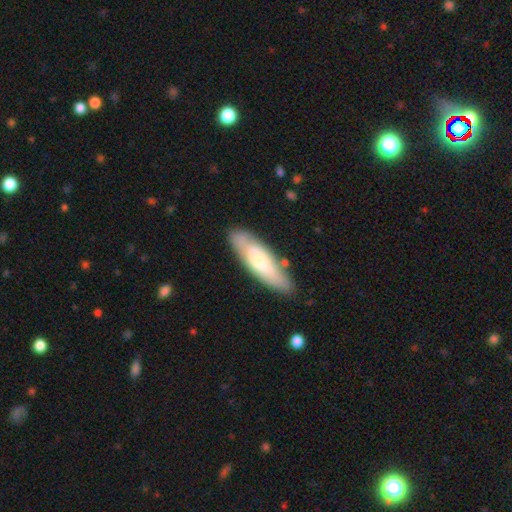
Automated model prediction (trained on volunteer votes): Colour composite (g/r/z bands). It shows a smooth galaxy with no disk features (54%) that is cigar-shaped (59%). Merging: none (81%).